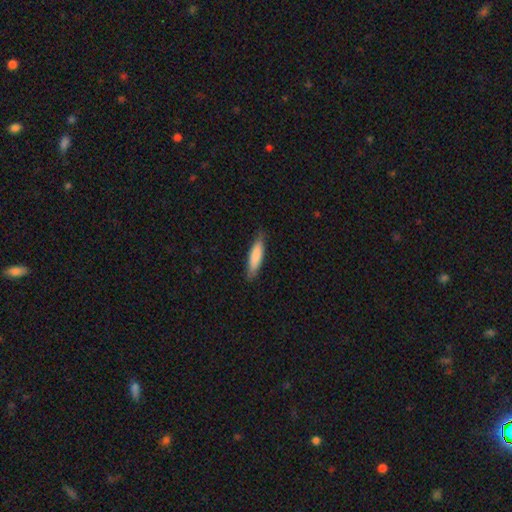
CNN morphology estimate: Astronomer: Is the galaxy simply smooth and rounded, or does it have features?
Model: smooth — 82%.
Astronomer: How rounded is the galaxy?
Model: cigar-shaped — 70%.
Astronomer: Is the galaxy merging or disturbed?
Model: none — 83%.